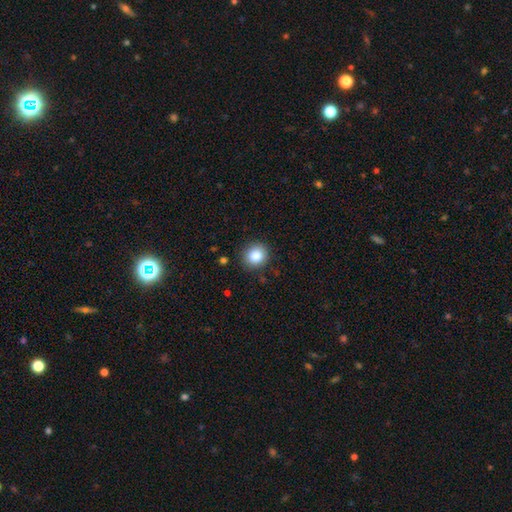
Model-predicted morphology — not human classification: Smooth or featured? Predicted: smooth (p=0.85). How rounded? Predicted: round (p=0.86). Merging? Predicted: none (p=0.88).